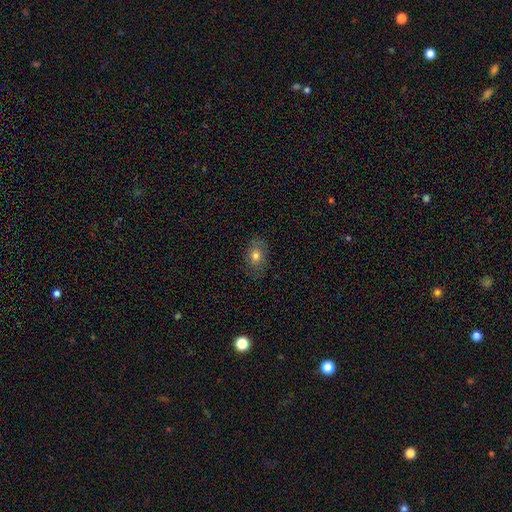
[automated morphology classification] A smooth galaxy with no disk features (75%) that is in between round and cigar-shaped (70%). Merging: none (81%).